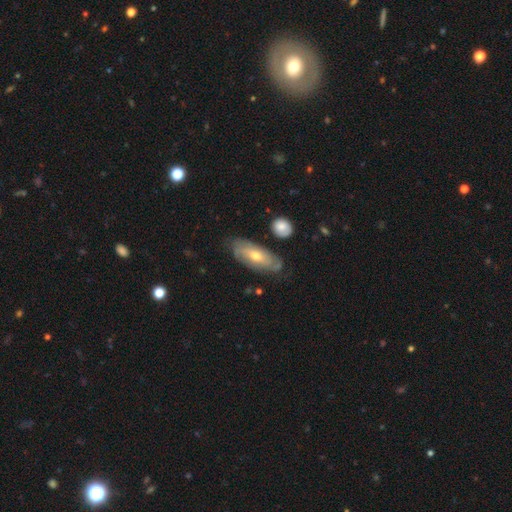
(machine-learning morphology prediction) A featured or disk galaxy (55%). Merging: none (71%).